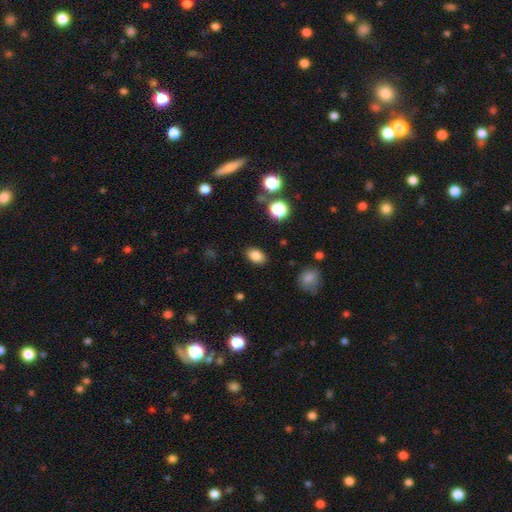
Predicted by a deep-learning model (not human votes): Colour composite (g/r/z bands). It shows a smooth galaxy with no disk features (84%) that is in between round and cigar-shaped (82%). Merging: none (86%).